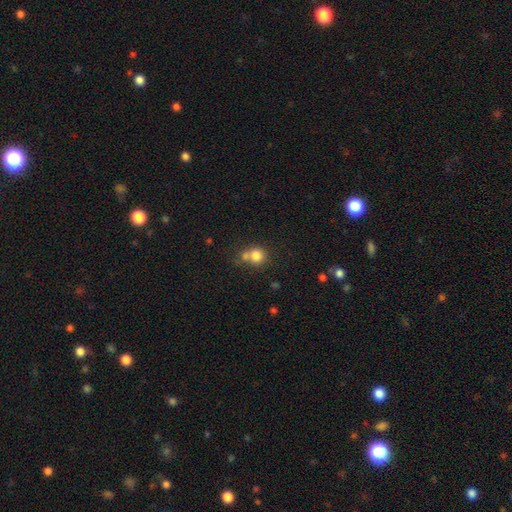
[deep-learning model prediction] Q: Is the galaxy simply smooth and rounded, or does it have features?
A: smooth — 80%.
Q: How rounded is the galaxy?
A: round — 86%.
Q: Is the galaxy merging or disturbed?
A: none — 50%.